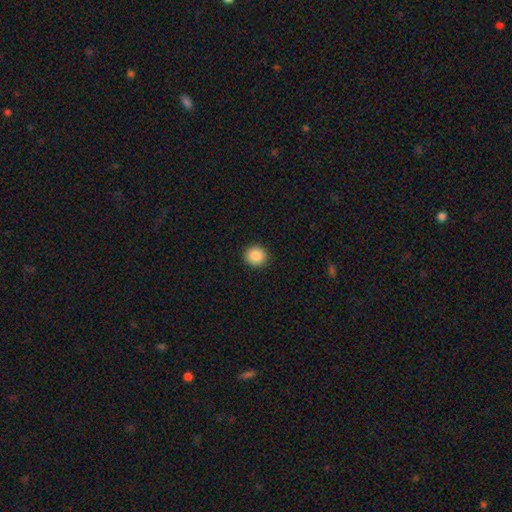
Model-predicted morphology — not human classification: Q: Smooth or featured?
A: smooth (88%); runner-up: star or artifact (9%)
Q: How rounded?
A: round (93%); runner-up: in between (6%)
Q: Merging?
A: none (93%); runner-up: minor disturbance (5%)